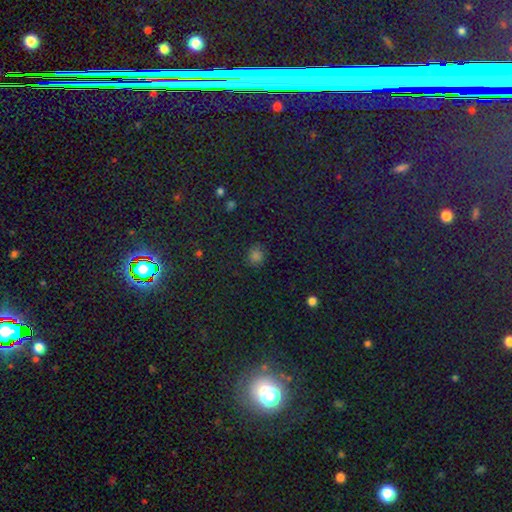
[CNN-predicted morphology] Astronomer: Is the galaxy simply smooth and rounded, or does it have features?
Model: smooth — 74%.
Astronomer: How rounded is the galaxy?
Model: round — 81%.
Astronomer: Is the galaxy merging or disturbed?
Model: none — 85%.